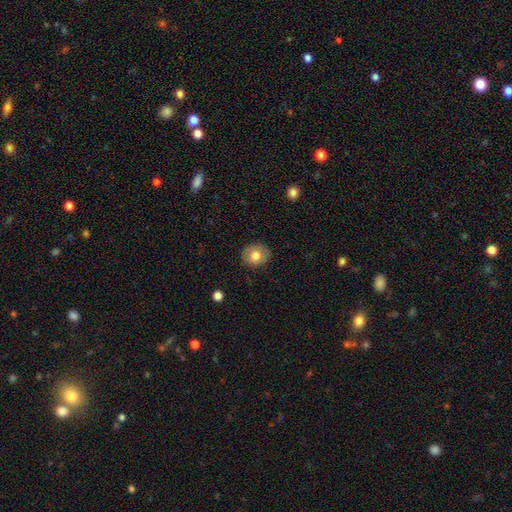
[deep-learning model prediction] smooth_or_featured: smooth (p=0.79) [alt: featured or disk p=0.13]
how_rounded: round (p=0.75) [alt: in between p=0.24]
merging: none (p=0.88) [alt: minor disturbance p=0.09]